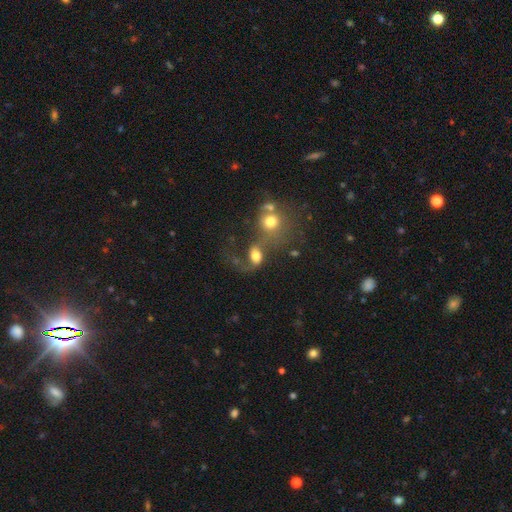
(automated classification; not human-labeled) Smooth or featured? Predicted: smooth (p=0.56). How rounded? Predicted: in between (p=0.63). Merging? Predicted: merger (p=0.41).